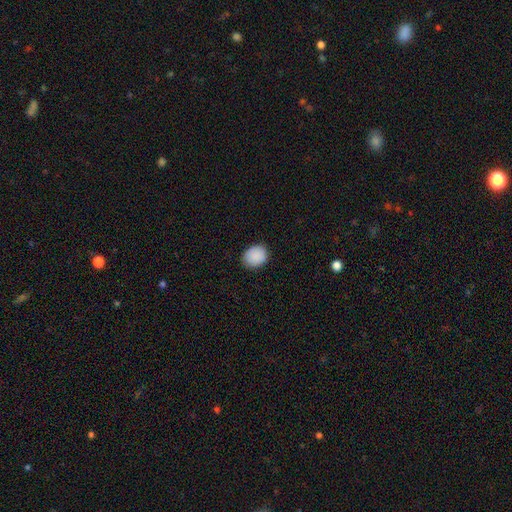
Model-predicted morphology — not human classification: Smooth or featured? smooth (90%)
How rounded? round (55%)
Merging? none (85%)